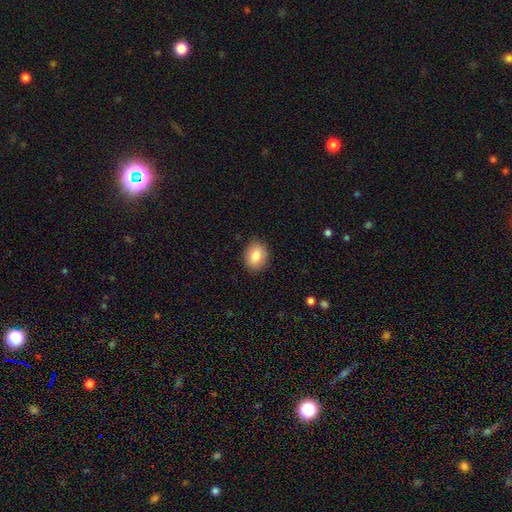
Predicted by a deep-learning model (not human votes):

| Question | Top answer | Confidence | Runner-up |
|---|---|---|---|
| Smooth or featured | smooth | 85% | star or artifact (8%) |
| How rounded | round | 50% | in between (49%) |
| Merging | none | 89% | minor disturbance (8%) |